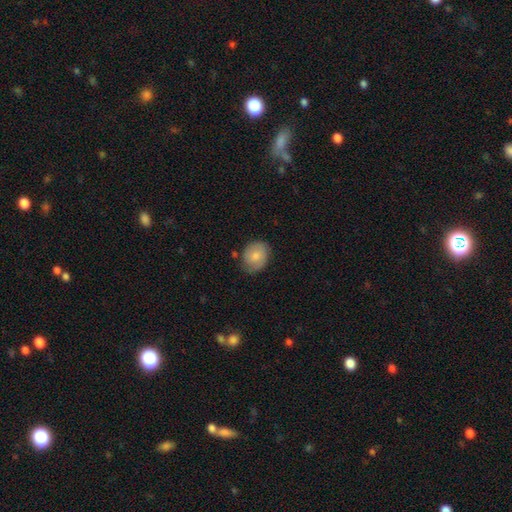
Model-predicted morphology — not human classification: smooth_or_featured: smooth (p=0.72) [alt: featured or disk p=0.21]
how_rounded: round (p=0.51) [alt: in between p=0.48]
merging: none (p=0.72) [alt: minor disturbance p=0.21]